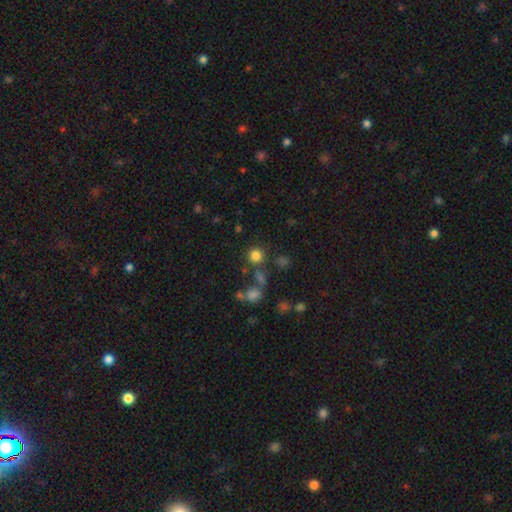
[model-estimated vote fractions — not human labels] Overall: smooth (79%). How rounded: round (91%). Merging: none (77%).